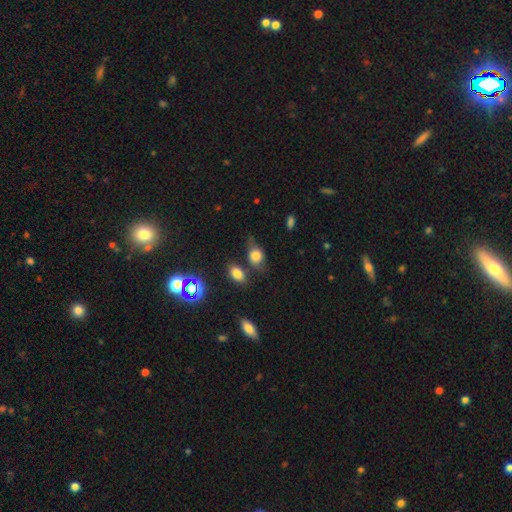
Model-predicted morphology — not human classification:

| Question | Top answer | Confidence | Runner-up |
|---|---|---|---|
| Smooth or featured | smooth | 72% | star or artifact (14%) |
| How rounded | in between | 63% | round (34%) |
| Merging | none | 57% | minor disturbance (24%) |